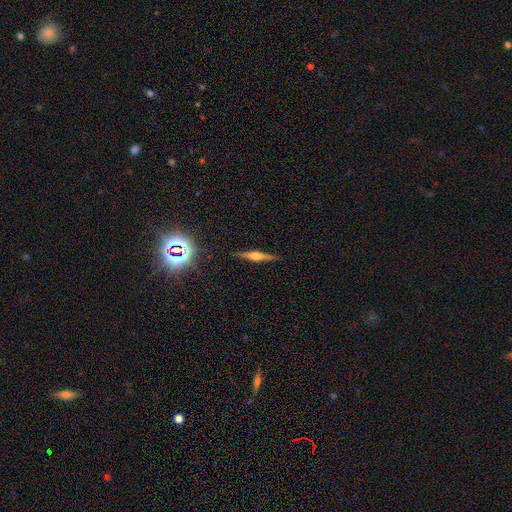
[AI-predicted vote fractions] A featured or disk galaxy (71%) viewed edge-on (98%) with a rounded central bulge (77%). Merging: none (89%).